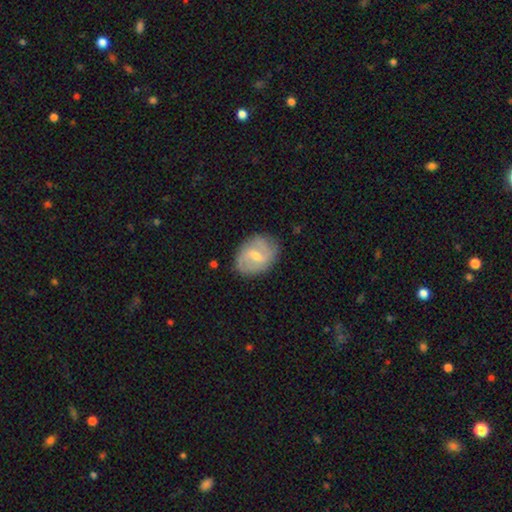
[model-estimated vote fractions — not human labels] Smooth or featured? Predicted: featured or disk (p=0.68). Edge-on disk? Predicted: no (p=0.96). Bar? Predicted: weak (p=0.59). Spiral arms? Predicted: yes (p=0.83). Spiral winding? Predicted: medium (p=0.43). Spiral arm count? Predicted: 2 (p=0.71). Bulge size? Predicted: moderate (p=0.50). Merging? Predicted: none (p=0.78).